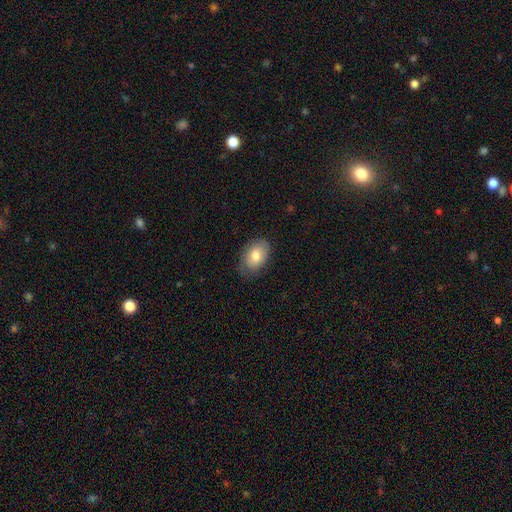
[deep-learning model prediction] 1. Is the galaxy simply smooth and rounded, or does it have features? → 79% smooth, 14% featured or disk, 7% star or artifact.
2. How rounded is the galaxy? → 86% in between, 13% round, 1% cigar-shaped.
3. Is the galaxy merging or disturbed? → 75% none, 20% minor disturbance, 4% major disturbance, 1% merger.